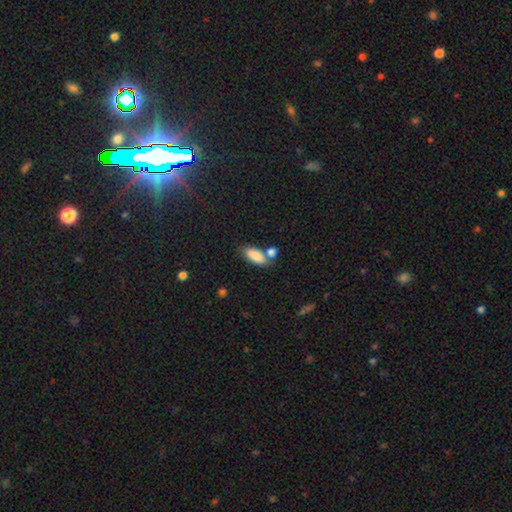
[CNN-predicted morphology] Smooth or featured?
  - smooth: 86% *
  - star or artifact: 7%
  - featured or disk: 7%
How rounded?
  - in between: 83% *
  - cigar-shaped: 14%
  - round: 3%
Merging?
  - none: 56% *
  - merger: 26%
  - minor disturbance: 14%
  - major disturbance: 4%